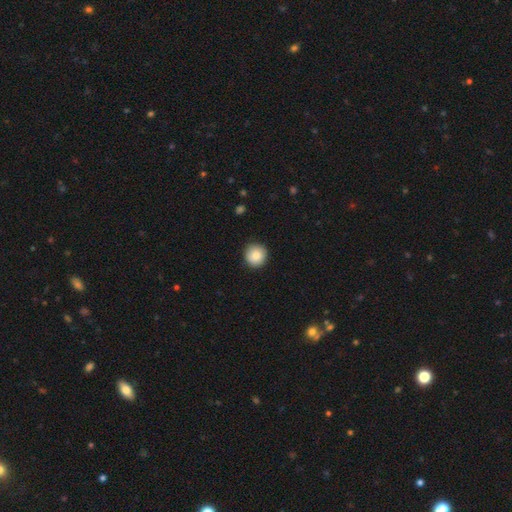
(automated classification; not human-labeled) Overall: smooth (86%). How rounded: round (94%). Merging: none (90%).